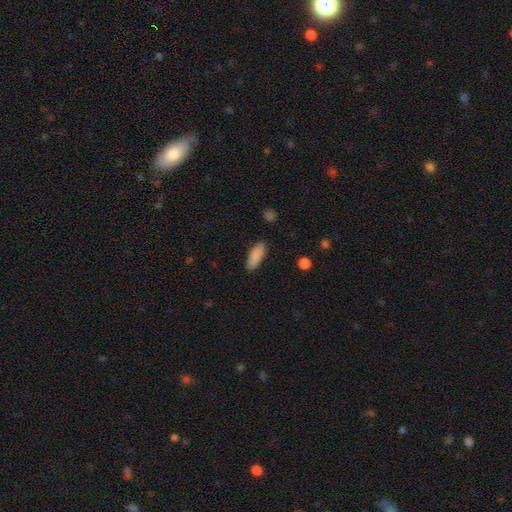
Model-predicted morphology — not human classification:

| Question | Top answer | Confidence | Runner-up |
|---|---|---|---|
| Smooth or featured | smooth | 89% | star or artifact (6%) |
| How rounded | in between | 69% | cigar-shaped (30%) |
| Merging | none | 87% | minor disturbance (9%) |